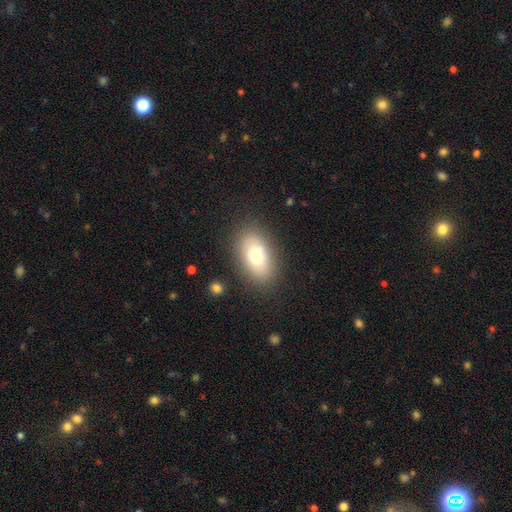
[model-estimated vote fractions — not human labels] Smooth or featured? Predicted: smooth (p=0.71). How rounded? Predicted: in between (p=0.89). Merging? Predicted: none (p=0.83).